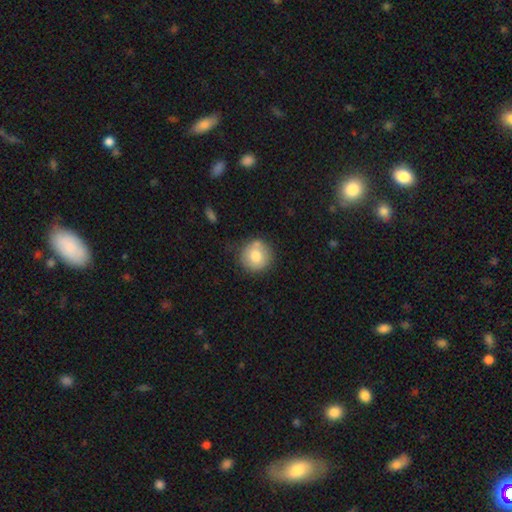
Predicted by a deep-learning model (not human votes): Smooth or featured?
  - smooth: 77% *
  - featured or disk: 15%
  - star or artifact: 8%
How rounded?
  - round: 92% *
  - in between: 7%
  - cigar-shaped: 1%
Merging?
  - none: 73% *
  - minor disturbance: 17%
  - merger: 6%
  - major disturbance: 4%